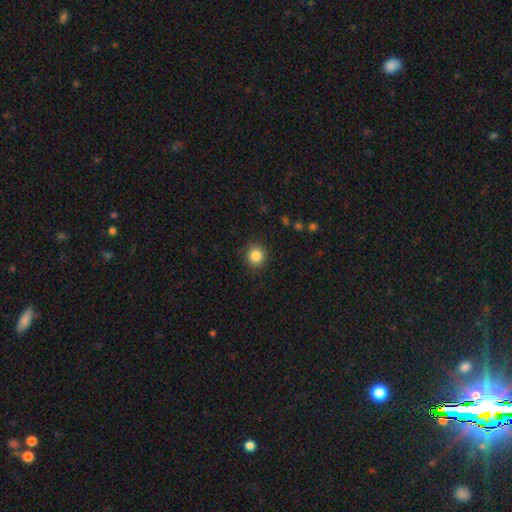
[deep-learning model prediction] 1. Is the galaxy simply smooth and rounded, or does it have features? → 85% smooth, 10% star or artifact, 5% featured or disk.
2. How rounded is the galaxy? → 89% round, 10% in between, 1% cigar-shaped.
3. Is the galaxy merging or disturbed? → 90% none, 7% minor disturbance, 2% major disturbance, 1% merger.